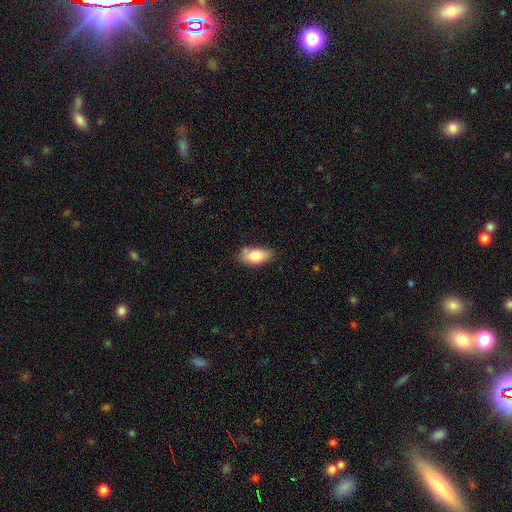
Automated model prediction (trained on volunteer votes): Morphology: type=smooth (81%); roundness=in between (91%); merging=none (69%).